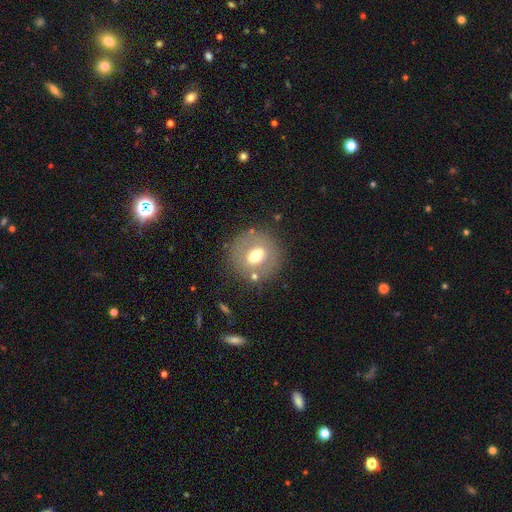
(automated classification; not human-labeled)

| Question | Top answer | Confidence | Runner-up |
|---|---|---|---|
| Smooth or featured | smooth | 55% | featured or disk (35%) |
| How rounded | round | 82% | in between (17%) |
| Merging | none | 78% | minor disturbance (11%) |